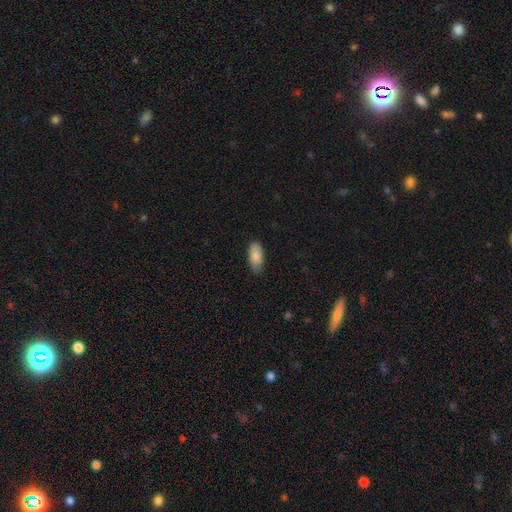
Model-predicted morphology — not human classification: smooth_or_featured: smooth (p=0.87) [alt: featured or disk p=0.07]
how_rounded: in between (p=0.90) [alt: cigar-shaped p=0.08]
merging: none (p=0.83) [alt: minor disturbance p=0.14]